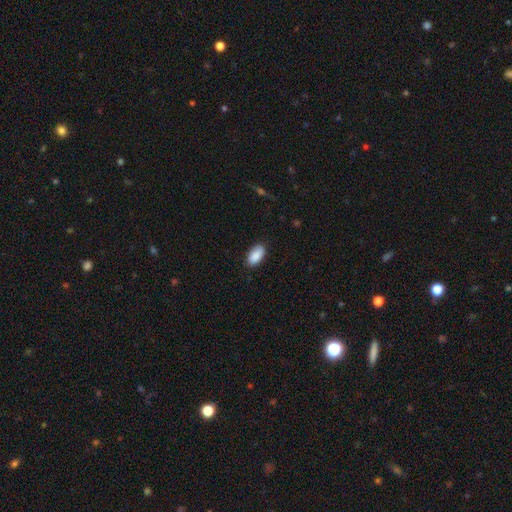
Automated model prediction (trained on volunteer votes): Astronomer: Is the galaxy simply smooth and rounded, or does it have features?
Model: smooth — 89%.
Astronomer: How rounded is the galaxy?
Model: in between — 94%.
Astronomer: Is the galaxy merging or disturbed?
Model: none — 83%.